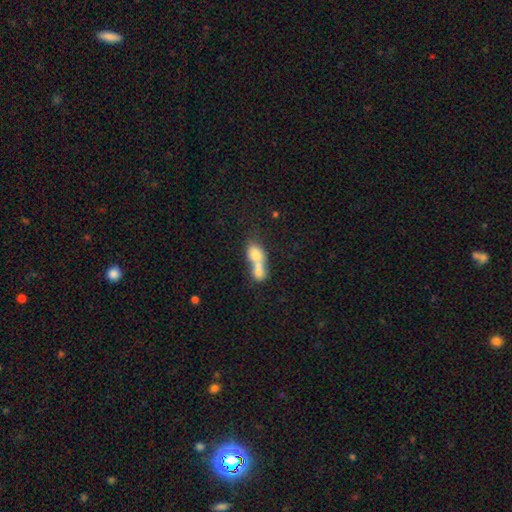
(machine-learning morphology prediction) A smooth galaxy with no disk features (70%) that is in between round and cigar-shaped (59%). Merging: merger (76%).